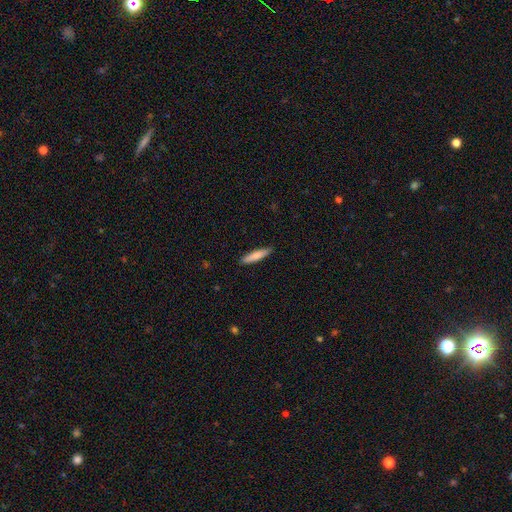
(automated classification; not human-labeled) Smooth or featured?
  - smooth: 80% *
  - featured or disk: 15%
  - star or artifact: 5%
How rounded?
  - cigar-shaped: 86% *
  - in between: 13%
  - round: 1%
Merging?
  - none: 89% *
  - minor disturbance: 8%
  - major disturbance: 2%
  - merger: 1%